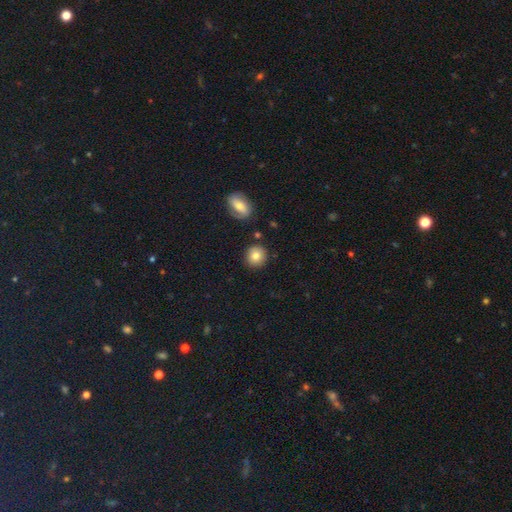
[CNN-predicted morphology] This appears to be a smooth galaxy with no disk features (82%) that is round (86%). Merging: none (86%).